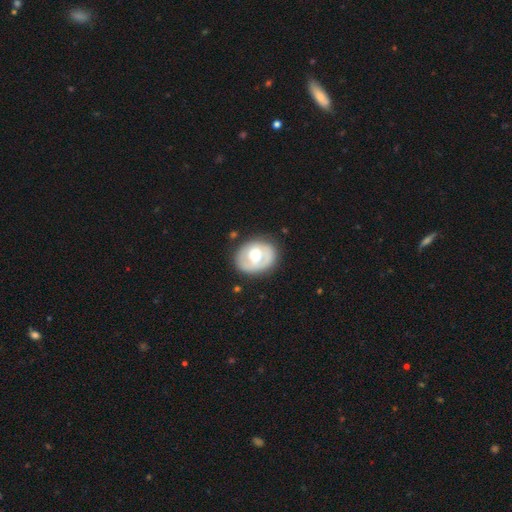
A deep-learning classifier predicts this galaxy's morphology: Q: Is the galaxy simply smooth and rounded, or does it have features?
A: featured or disk — 51%.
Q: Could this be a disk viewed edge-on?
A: no — 96%.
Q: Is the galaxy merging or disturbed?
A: none — 72%.